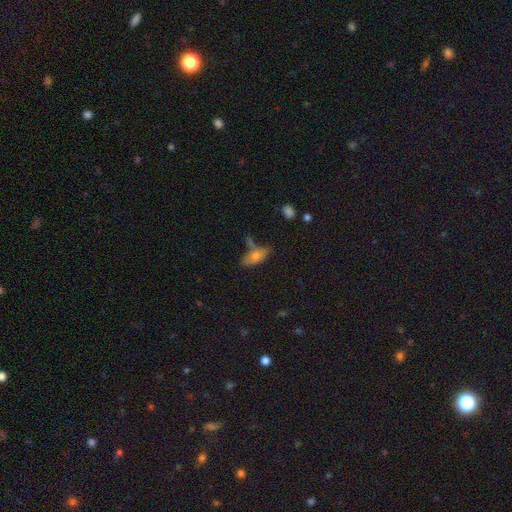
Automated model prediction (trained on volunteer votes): This appears to be a smooth galaxy with no disk features (67%) that is in between round and cigar-shaped (78%). Merging: none (53%).